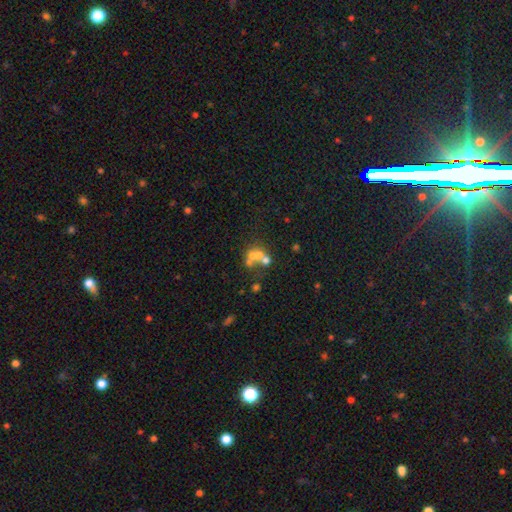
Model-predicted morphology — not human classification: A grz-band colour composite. It shows a smooth galaxy with no disk features (46%). Merging: merger (55%).